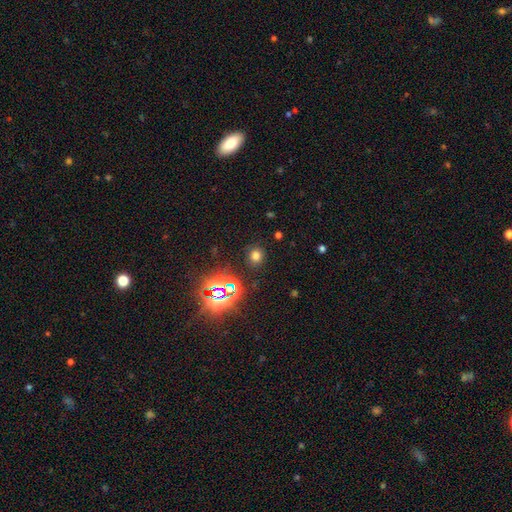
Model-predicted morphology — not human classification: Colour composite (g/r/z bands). It shows a smooth galaxy with no disk features (67%) that is round (80%). Merging: none (87%).